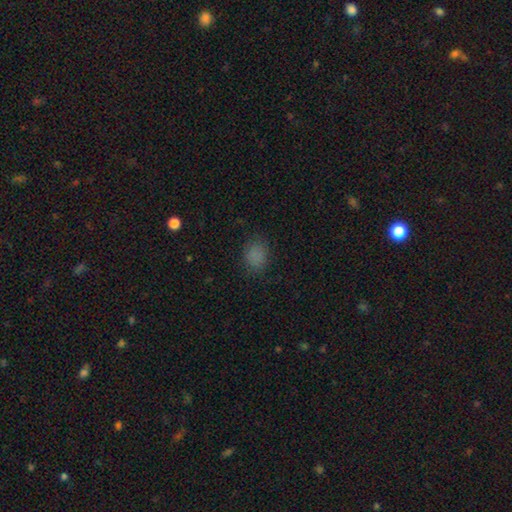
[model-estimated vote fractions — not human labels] Smooth or featured? smooth (81%)
How rounded? round (59%)
Merging? none (82%)